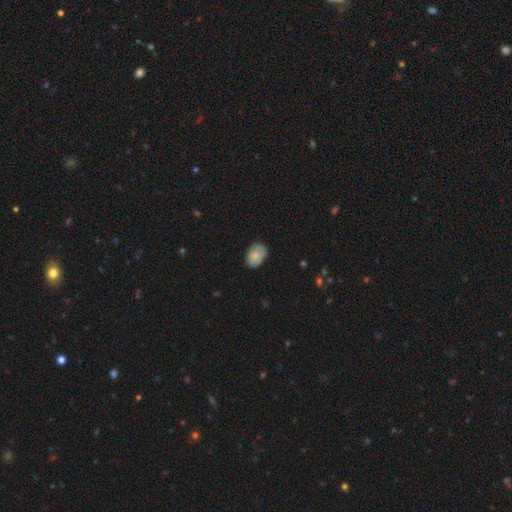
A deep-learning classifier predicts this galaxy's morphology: smooth-or-featured: smooth: 81% | featured or disk: 13% | star or artifact: 7%
  how-rounded: in between: 81% | round: 18% | cigar-shaped: 1%
  merging: none: 78% | minor disturbance: 18% | major disturbance: 3% | merger: 1%